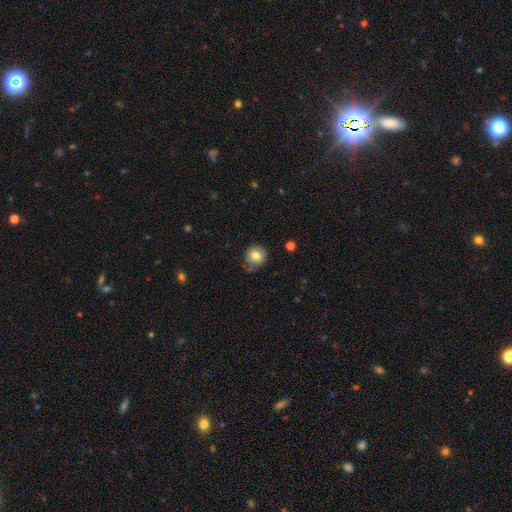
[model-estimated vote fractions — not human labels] Smooth or featured? Predicted: smooth (p=0.81). How rounded? Predicted: round (p=0.85). Merging? Predicted: none (p=0.73).